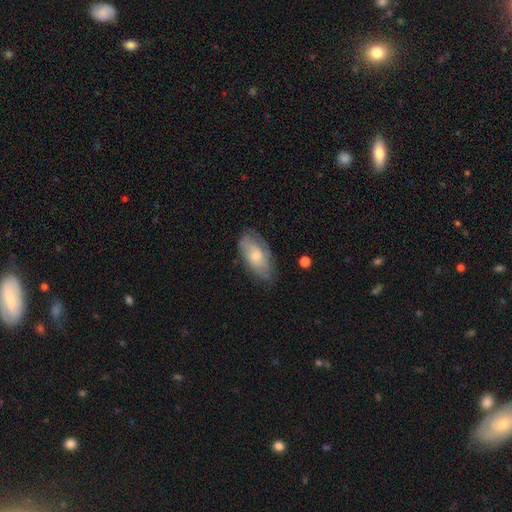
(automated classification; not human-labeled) A smooth galaxy with no disk features (56%) that is in between round and cigar-shaped (90%).

Vote fractions:
- Smooth or featured? smooth: 56% / featured or disk: 38% / star or artifact: 6%
- How rounded? in between: 90% / cigar-shaped: 6% / round: 4%
- Merging? none: 65% / minor disturbance: 26% / major disturbance: 7% / merger: 2%